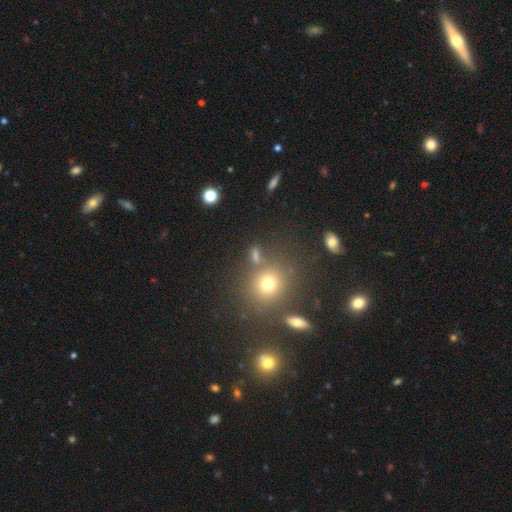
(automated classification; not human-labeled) Smooth or featured? Predicted: smooth (p=0.63). How rounded? Predicted: round (p=0.71). Merging? Predicted: none (p=0.71).